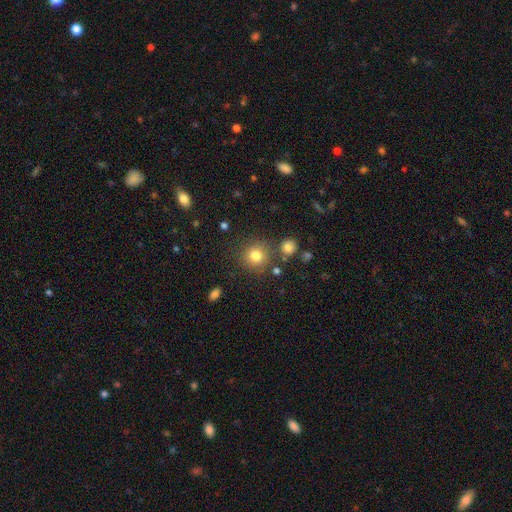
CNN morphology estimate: A smooth galaxy with no disk features (80%) that is round (92%). Merging: none (81%).